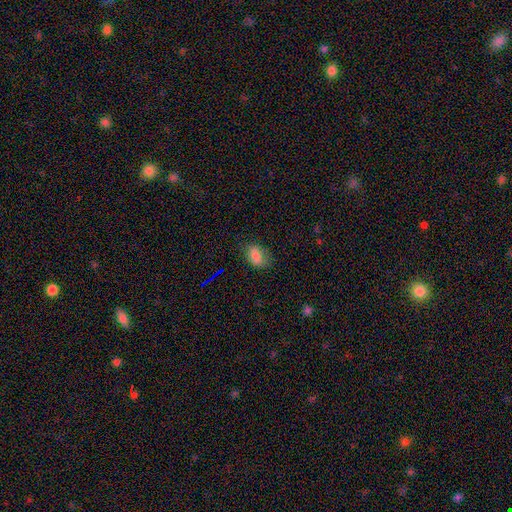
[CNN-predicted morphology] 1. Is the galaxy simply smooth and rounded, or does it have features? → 82% smooth, 11% star or artifact, 7% featured or disk.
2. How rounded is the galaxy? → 88% in between, 10% round, 2% cigar-shaped.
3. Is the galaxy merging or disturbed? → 72% none, 21% minor disturbance, 5% major disturbance, 1% merger.